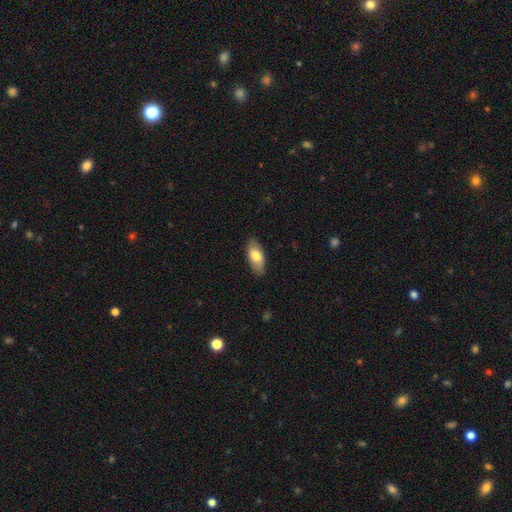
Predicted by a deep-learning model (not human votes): This appears to be a smooth galaxy with no disk features (75%) that is in between round and cigar-shaped (87%). Merging: none (85%).